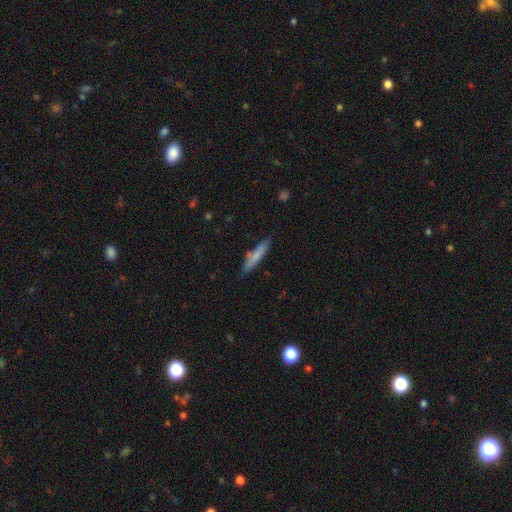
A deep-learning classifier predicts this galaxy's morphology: Overall: smooth (74%). How rounded: cigar-shaped (89%). Merging: none (80%).